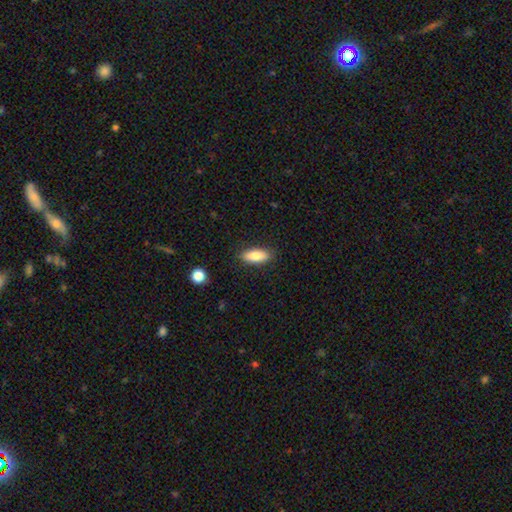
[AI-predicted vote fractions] smooth-or-featured: smooth: 82% | featured or disk: 12% | star or artifact: 7%
  how-rounded: in between: 77% | cigar-shaped: 21% | round: 2%
  merging: none: 87% | minor disturbance: 9% | major disturbance: 2% | merger: 1%